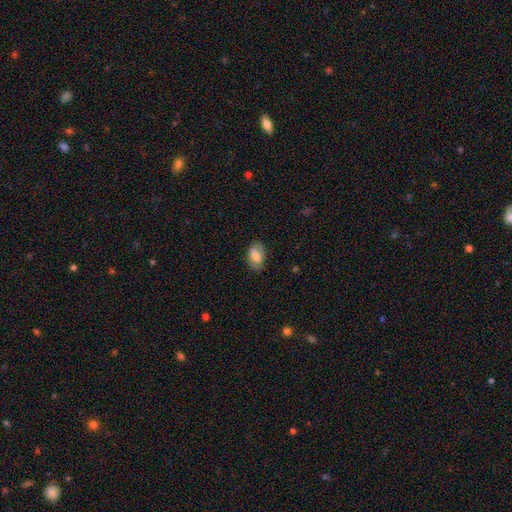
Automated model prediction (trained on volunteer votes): This is likely a smooth galaxy (71%). How rounded: clearly in between (91%). Merging: likely none (76%).